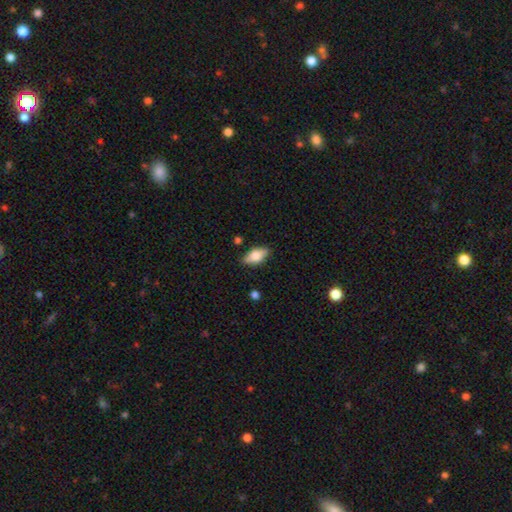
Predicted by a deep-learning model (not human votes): Q: Smooth or featured?
A: smooth (68%); runner-up: featured or disk (25%)
Q: How rounded?
A: in between (84%); runner-up: cigar-shaped (11%)
Q: Merging?
A: none (83%); runner-up: minor disturbance (12%)